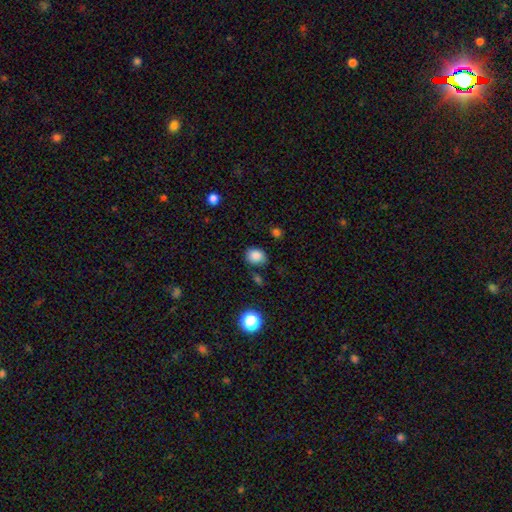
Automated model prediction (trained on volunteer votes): A smooth galaxy with no disk features (85%) that is round (50%). Merging: none (77%).